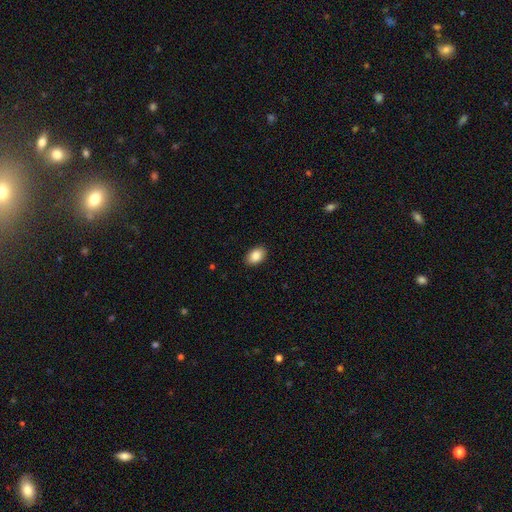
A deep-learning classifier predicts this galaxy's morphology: Smooth or featured? Predicted: smooth (p=0.87). How rounded? Predicted: in between (p=0.87). Merging? Predicted: none (p=0.90).